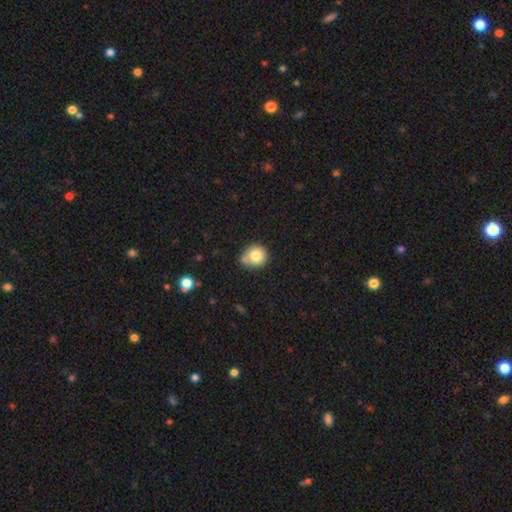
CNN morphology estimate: The model was most divided on "merging": none: 62%, minor disturbance: 18%, merger: 16%, major disturbance: 4%. More confident: how rounded — round (88%); smooth or featured — smooth (80%).